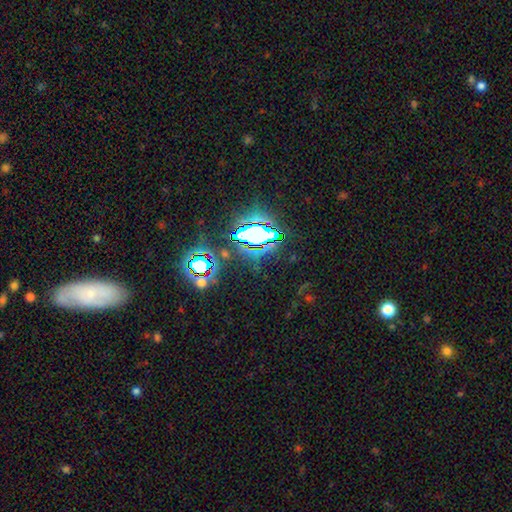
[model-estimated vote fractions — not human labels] Q: Smooth or featured?
A: star or artifact (77%); runner-up: smooth (13%)